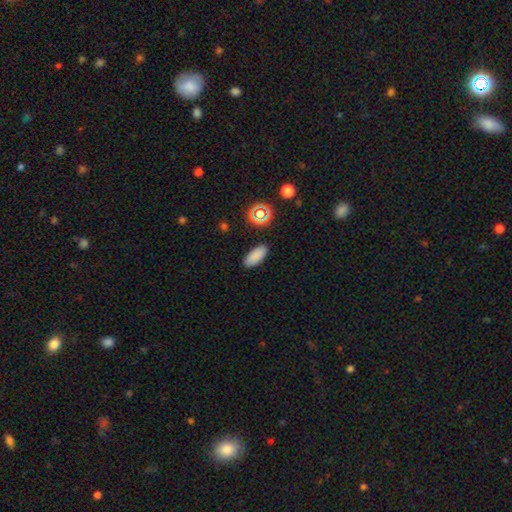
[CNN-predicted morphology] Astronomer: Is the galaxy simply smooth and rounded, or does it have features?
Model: smooth — 85%.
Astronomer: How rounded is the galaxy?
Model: in between — 84%.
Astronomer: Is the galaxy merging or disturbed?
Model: none — 88%.